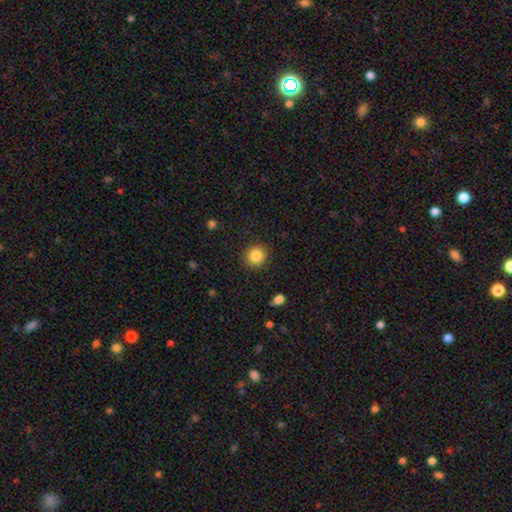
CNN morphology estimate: Smooth or featured? Predicted: smooth (p=0.85). How rounded? Predicted: round (p=0.89). Merging? Predicted: none (p=0.90).